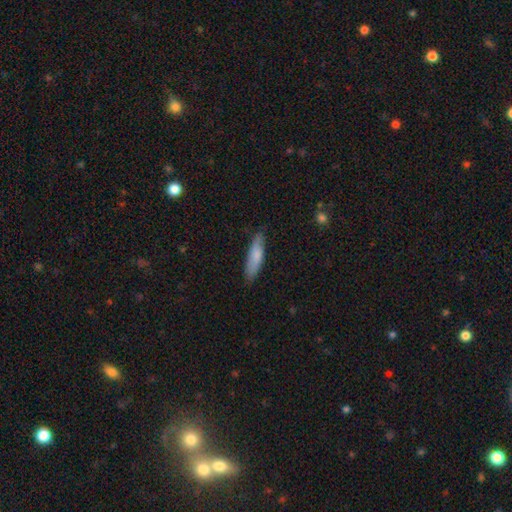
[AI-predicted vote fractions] This appears to be a smooth galaxy with no disk features (79%) that is cigar-shaped (68%). Merging: none (80%).